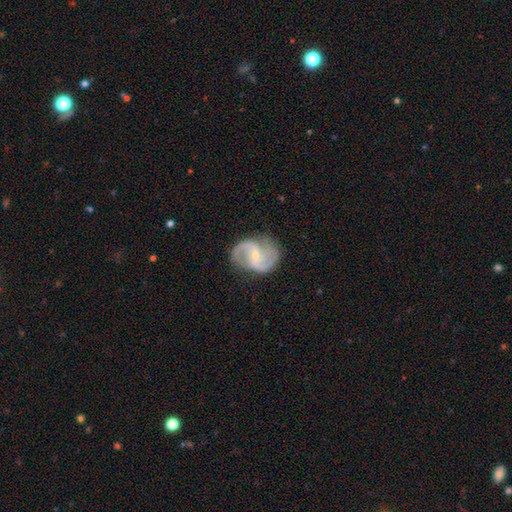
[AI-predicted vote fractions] This appears to be a featured or disk galaxy (90%) with a weak bar (46%), 2 (87%) medium (57%) spiral arms (98%) and a small central bulge (70%). Merging: none (77%).